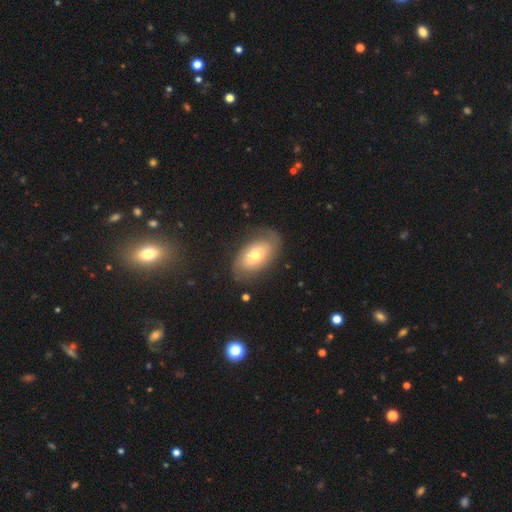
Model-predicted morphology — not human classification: Smooth or featured?
  - smooth: 52% *
  - featured or disk: 41%
  - star or artifact: 7%
How rounded?
  - in between: 91% *
  - round: 7%
  - cigar-shaped: 2%
Merging?
  - none: 74% *
  - minor disturbance: 17%
  - major disturbance: 7%
  - merger: 2%